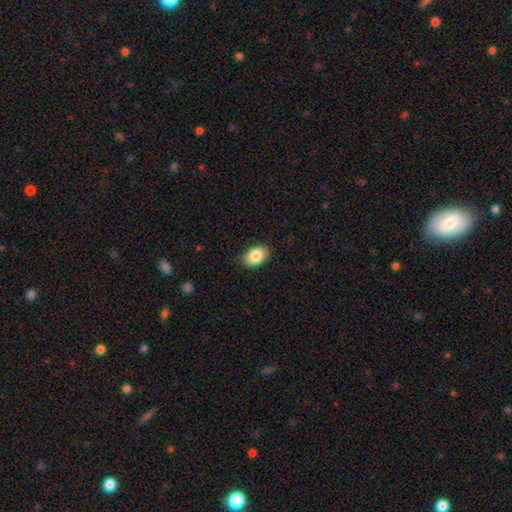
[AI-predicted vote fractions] This is clearly a smooth galaxy (86%). How rounded: clearly in between (83%). Merging: clearly none (87%).